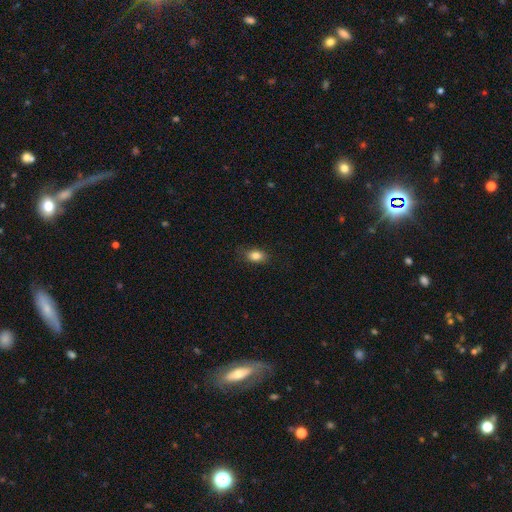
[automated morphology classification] Smooth or featured: smooth — 84% (star or artifact — 9%)
How rounded: in between — 81% (round — 17%)
Merging: none — 81% (minor disturbance — 14%)